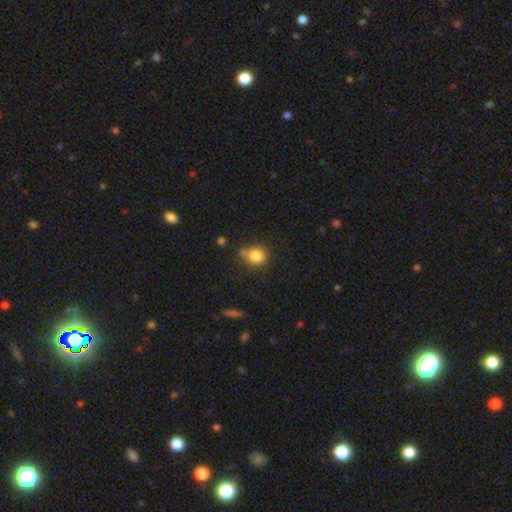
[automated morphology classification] This appears to be a smooth galaxy with no disk features (82%) that is round (74%). Merging: none (61%).